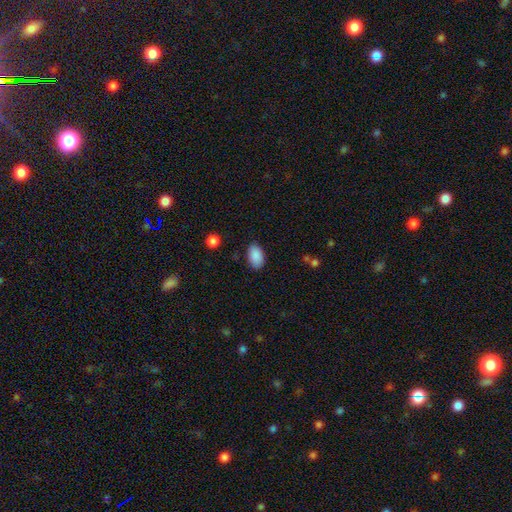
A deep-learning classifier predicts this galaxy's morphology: The model was most divided on "merging": none: 85%, minor disturbance: 11%, major disturbance: 3%, merger: 1%. More confident: how rounded — in between (92%); smooth or featured — smooth (90%).